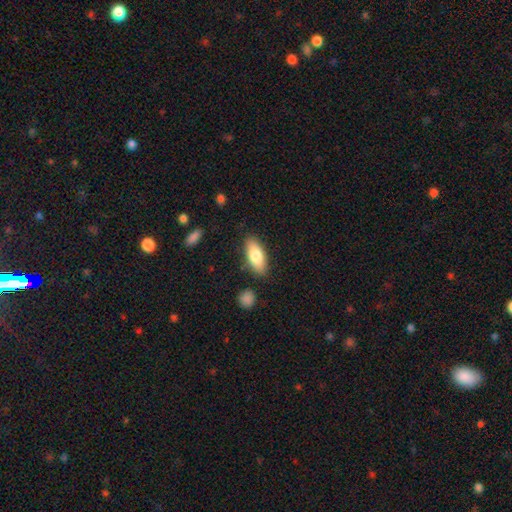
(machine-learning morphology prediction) Smooth or featured? smooth (79%)
How rounded? in between (81%)
Merging? none (83%)